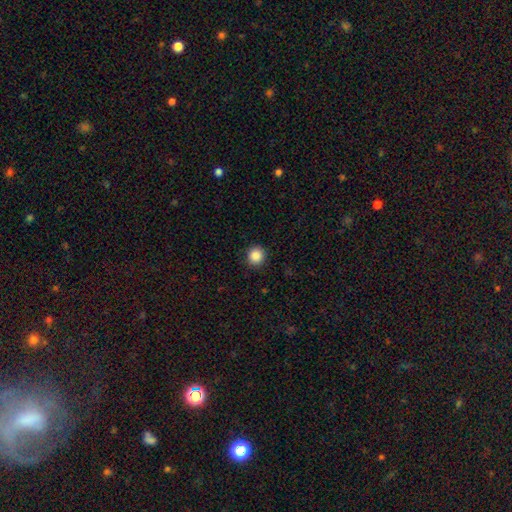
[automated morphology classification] smooth-or-featured: smooth: 88% | star or artifact: 9% | featured or disk: 3%
  how-rounded: round: 91% | in between: 8% | cigar-shaped: 1%
  merging: none: 91% | minor disturbance: 6% | major disturbance: 2% | merger: 1%